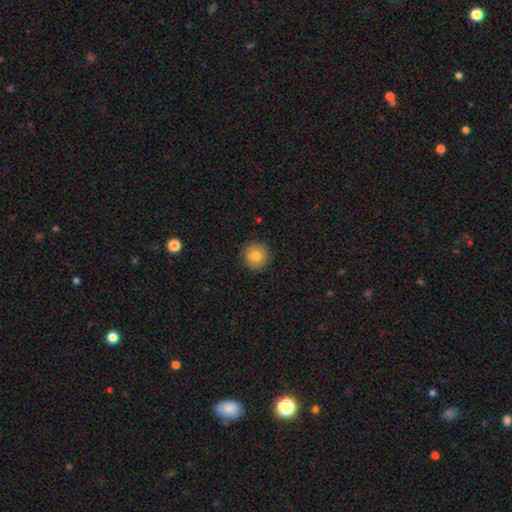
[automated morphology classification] Overall: smooth (79%). How rounded: round (94%). Merging: none (88%).